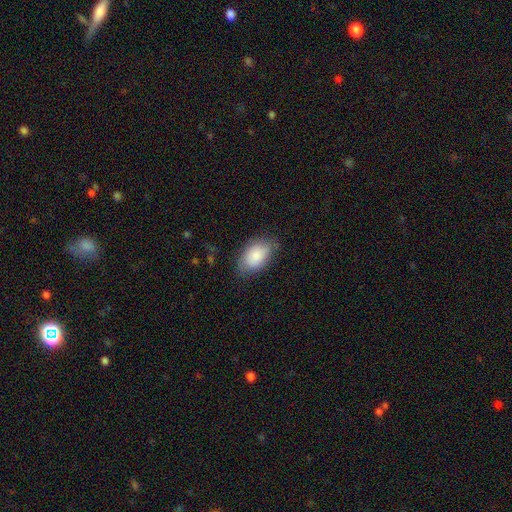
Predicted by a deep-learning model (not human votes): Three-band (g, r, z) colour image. It shows a smooth galaxy with no disk features (82%) that is in between round and cigar-shaped (90%). Merging: none (70%).